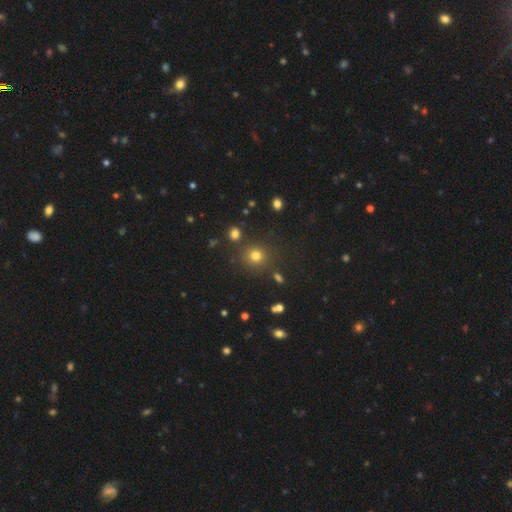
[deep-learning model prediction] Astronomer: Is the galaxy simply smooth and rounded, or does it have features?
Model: smooth — 74%.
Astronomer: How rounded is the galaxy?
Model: round — 90%.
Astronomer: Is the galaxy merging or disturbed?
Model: none — 83%.